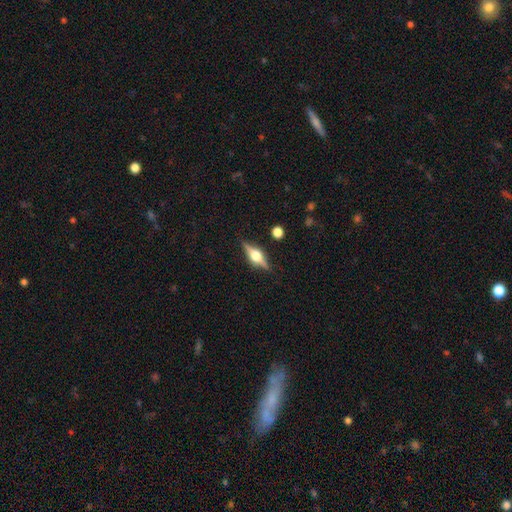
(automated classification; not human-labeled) smooth-or-featured: featured or disk: 74% | smooth: 19% | star or artifact: 7%
  disk-edge-on: yes: 97% | no: 3%
    edge-on-bulge: rounded: 94% | boxy: 5% | none: 1%
  merging: none: 86% | minor disturbance: 9% | major disturbance: 3% | merger: 2%